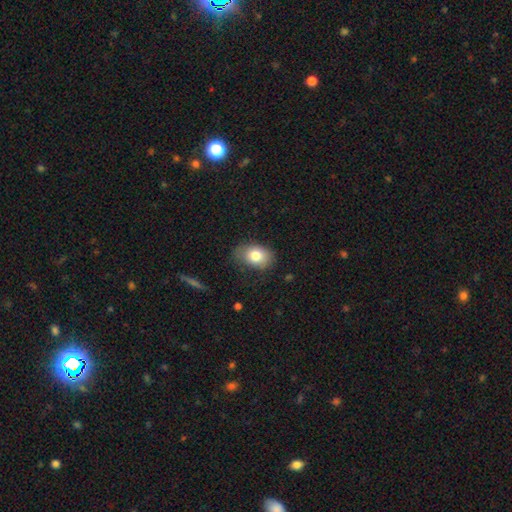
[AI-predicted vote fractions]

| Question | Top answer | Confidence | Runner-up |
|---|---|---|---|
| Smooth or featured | smooth | 79% | featured or disk (13%) |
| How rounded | in between | 77% | round (22%) |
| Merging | none | 70% | minor disturbance (23%) |